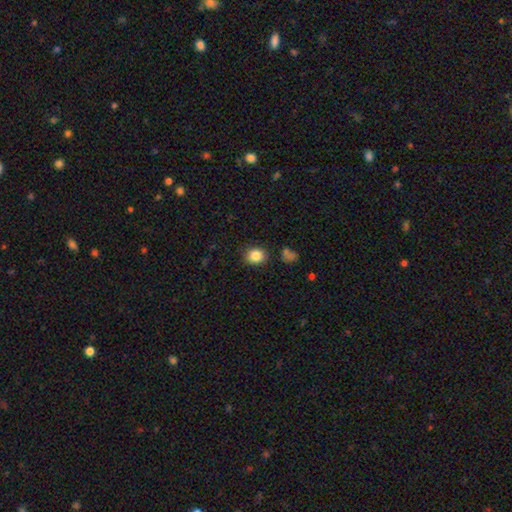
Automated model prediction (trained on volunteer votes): Smooth or featured? smooth (85%)
How rounded? round (69%)
Merging? none (86%)